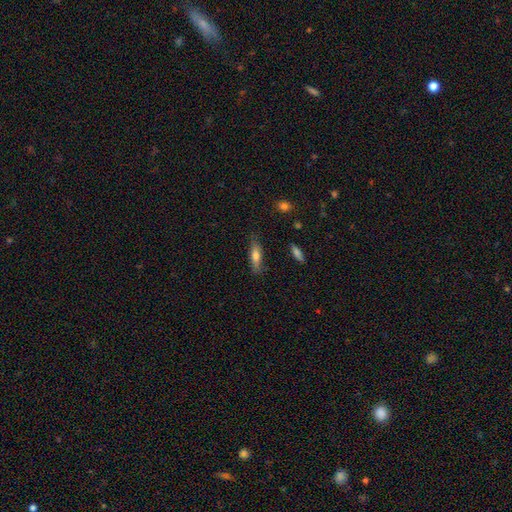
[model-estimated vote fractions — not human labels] Overall: smooth (67%). How rounded: cigar-shaped (62%; in between 36%). Merging: none (79%).